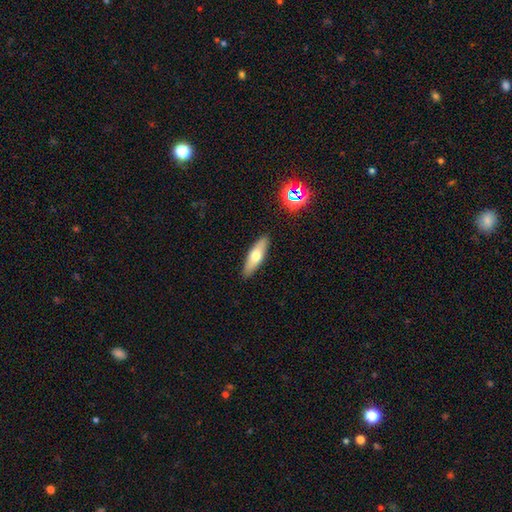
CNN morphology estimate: Smooth or featured: smooth — 62% (featured or disk — 31%)
How rounded: cigar-shaped — 53% (in between — 45%)
Merging: none — 89% (minor disturbance — 8%)